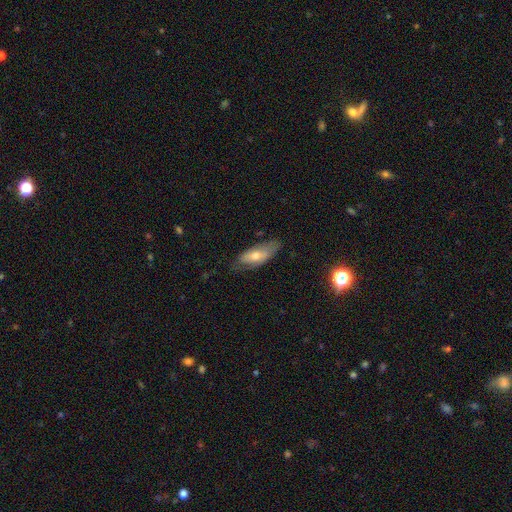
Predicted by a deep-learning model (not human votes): Morphology: type=smooth (58%); roundness=in between (75%); merging=none (63%).